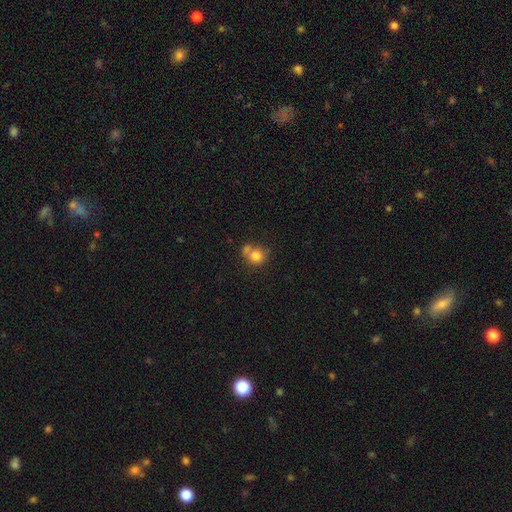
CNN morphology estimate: Q: Smooth or featured?
A: smooth (78%); runner-up: featured or disk (12%)
Q: How rounded?
A: round (78%); runner-up: in between (21%)
Q: Merging?
A: none (44%); runner-up: merger (34%)